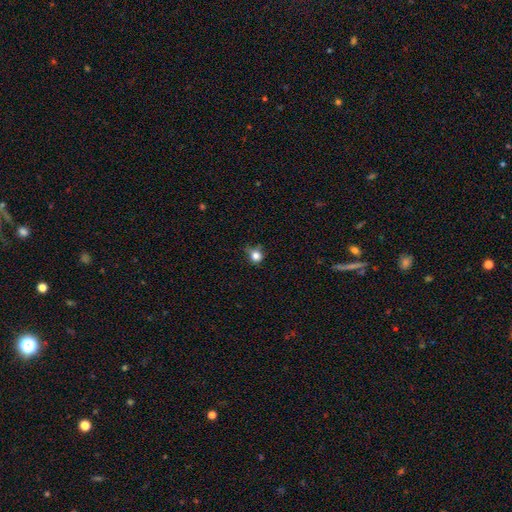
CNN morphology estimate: This appears to be a smooth galaxy with no disk features (80%) that is round (83%). Merging: none (57%).